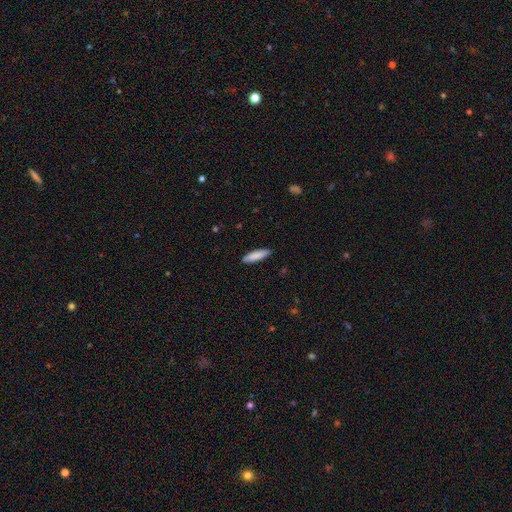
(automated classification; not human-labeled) This appears to be a smooth galaxy with no disk features (87%) that is cigar-shaped (69%). Merging: none (89%).